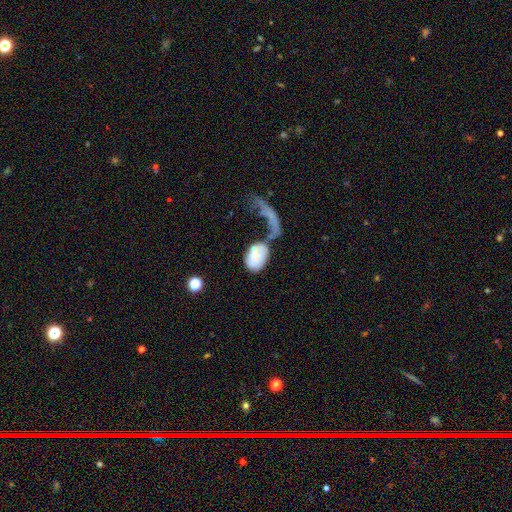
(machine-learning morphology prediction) This appears to be a smooth galaxy with no disk features (63%) that is in between round and cigar-shaped (86%). Merging: major disturbance (37%).